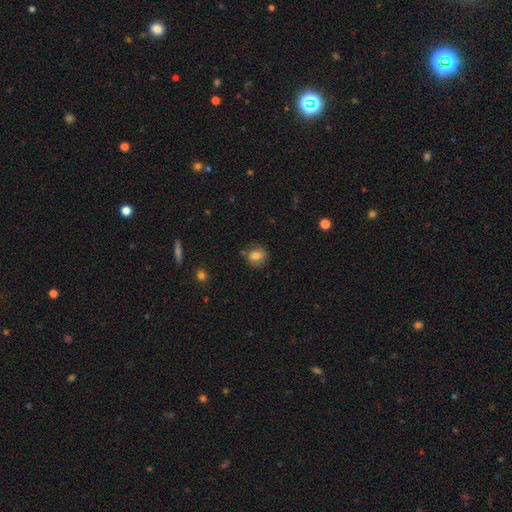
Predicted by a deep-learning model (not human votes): A smooth galaxy with no disk features (79%) that is round (76%). Merging: none (76%).